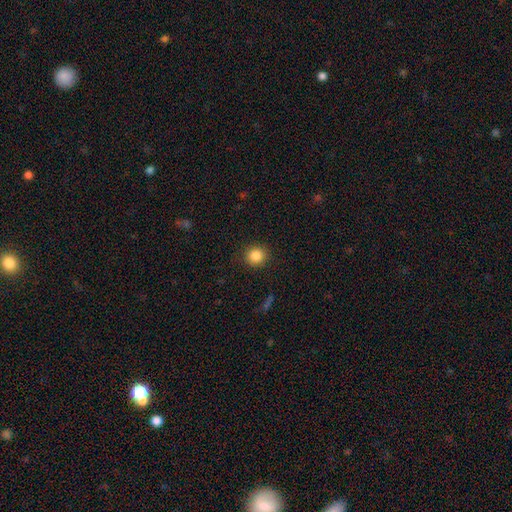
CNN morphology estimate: smooth-or-featured: smooth: 86% | star or artifact: 10% | featured or disk: 4%
  how-rounded: round: 90% | in between: 9% | cigar-shaped: 1%
  merging: none: 90% | minor disturbance: 6% | major disturbance: 3% | merger: 1%